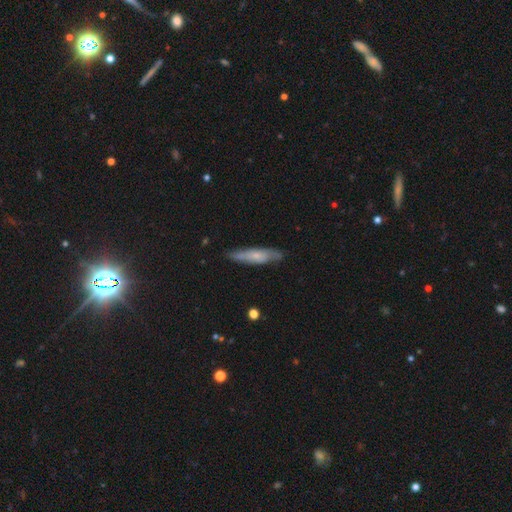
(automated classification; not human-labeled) smooth-or-featured: smooth: 49% | featured or disk: 44% | star or artifact: 6%
  merging: none: 80% | minor disturbance: 16% | major disturbance: 3% | merger: 1%